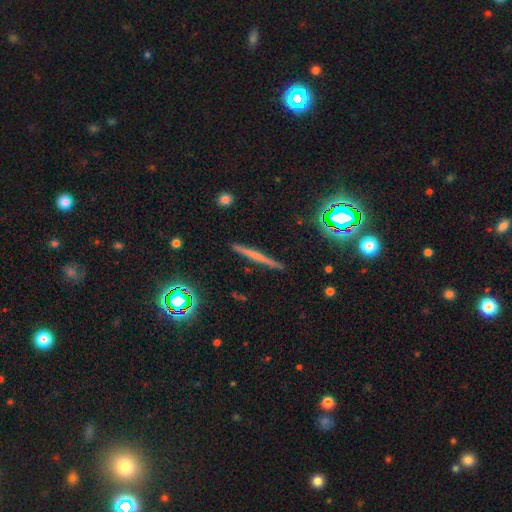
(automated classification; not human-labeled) Smooth or featured? Predicted: featured or disk (p=0.45). Merging? Predicted: none (p=0.90).